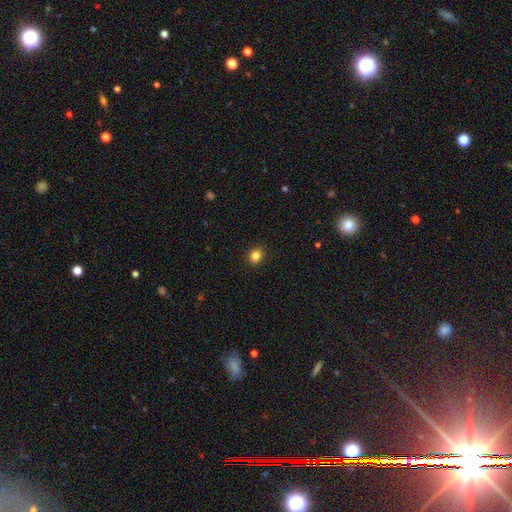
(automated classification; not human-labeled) Q: Smooth or featured?
A: smooth (84%); runner-up: star or artifact (12%)
Q: How rounded?
A: round (70%); runner-up: in between (29%)
Q: Merging?
A: none (91%); runner-up: minor disturbance (6%)